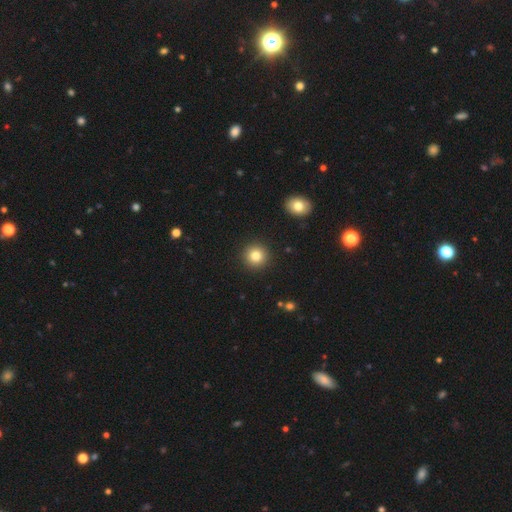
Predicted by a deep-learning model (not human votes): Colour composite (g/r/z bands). It shows a smooth galaxy with no disk features (81%) that is round (94%). Merging: none (92%).